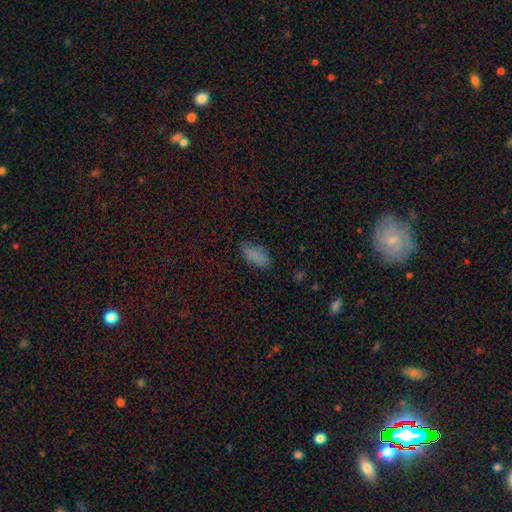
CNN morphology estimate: This appears to be a smooth galaxy with no disk features (73%) that is in between round and cigar-shaped (91%). Merging: none (74%).